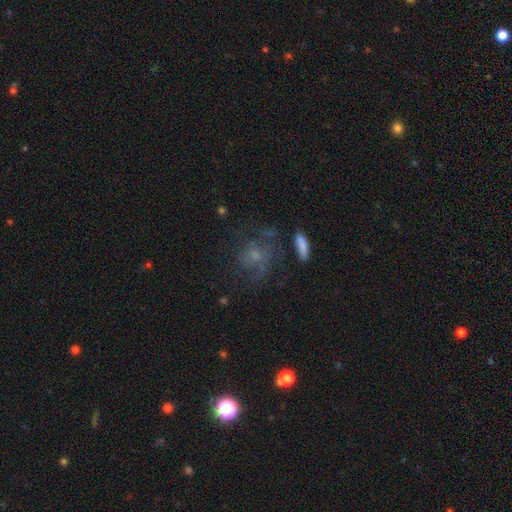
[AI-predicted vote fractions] smooth_or_featured: featured or disk (p=0.42) [alt: smooth p=0.40]
merging: none (p=0.51) [alt: major disturbance p=0.24]